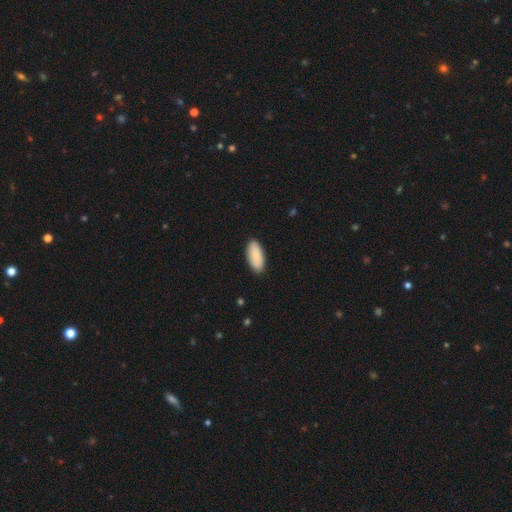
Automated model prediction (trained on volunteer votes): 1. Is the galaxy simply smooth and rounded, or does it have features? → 87% smooth, 7% featured or disk, 5% star or artifact.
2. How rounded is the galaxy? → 91% in between, 7% cigar-shaped, 2% round.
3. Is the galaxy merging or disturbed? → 88% none, 10% minor disturbance, 2% major disturbance, 1% merger.